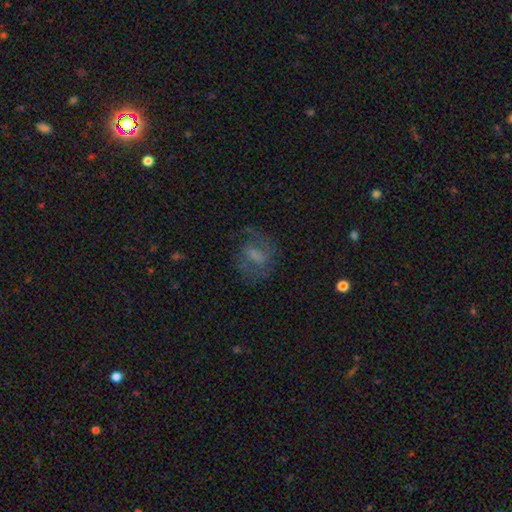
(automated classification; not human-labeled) This is possibly a featured or disk galaxy (58%). It is clearly not viewed edge-on (97%). Bar: possibly weak (52%). Spiral arm pattern: clearly yes (80%). Central bulge: marginally none (31%). Merging: likely none (64%).